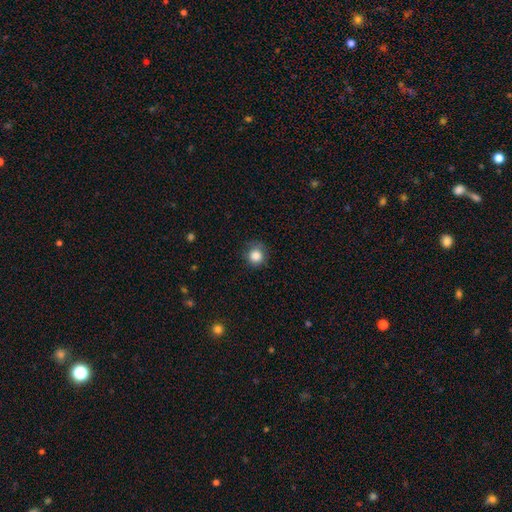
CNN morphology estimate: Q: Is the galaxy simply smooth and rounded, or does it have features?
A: smooth — 85%.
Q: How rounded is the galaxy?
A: round — 90%.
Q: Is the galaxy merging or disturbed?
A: none — 73%.